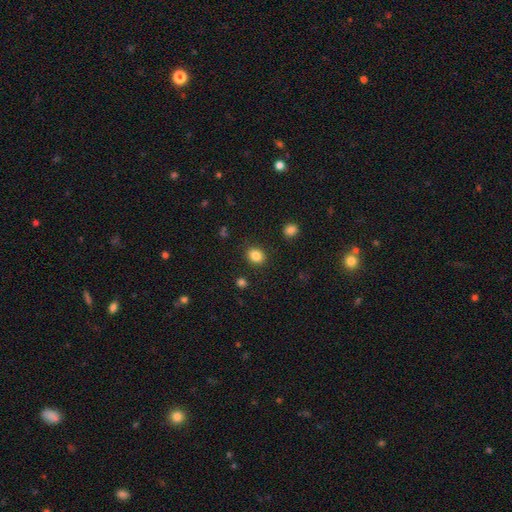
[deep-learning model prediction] Smooth or featured?
  - smooth: 85% *
  - star or artifact: 10%
  - featured or disk: 5%
How rounded?
  - round: 57% *
  - in between: 42%
  - cigar-shaped: 1%
Merging?
  - none: 88% *
  - minor disturbance: 8%
  - major disturbance: 2%
  - merger: 2%